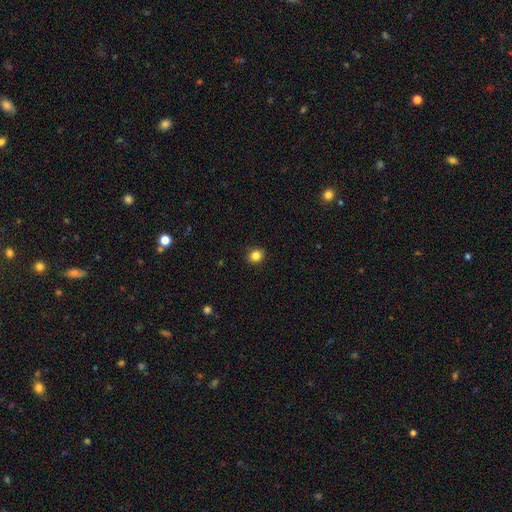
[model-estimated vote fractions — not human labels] Overall: smooth (84%). How rounded: round (75%). Merging: none (90%).